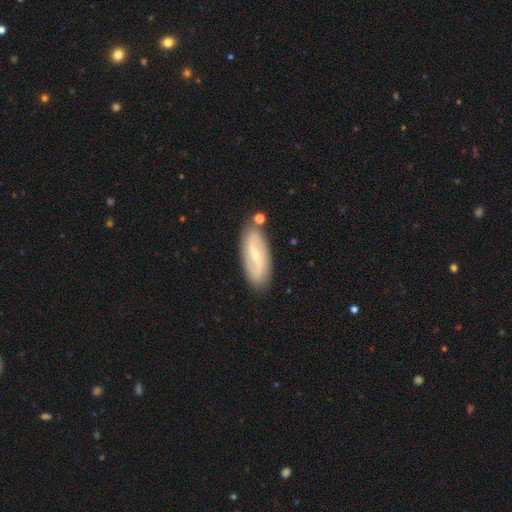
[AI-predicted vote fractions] Morphology: type=featured or disk (75%); edge-on=no (90%); bar=weak (45%); spiral arms=yes (89%); winding=loose (46%); arm count=2 (89%); bulge=small (73%); merging=none (84%).